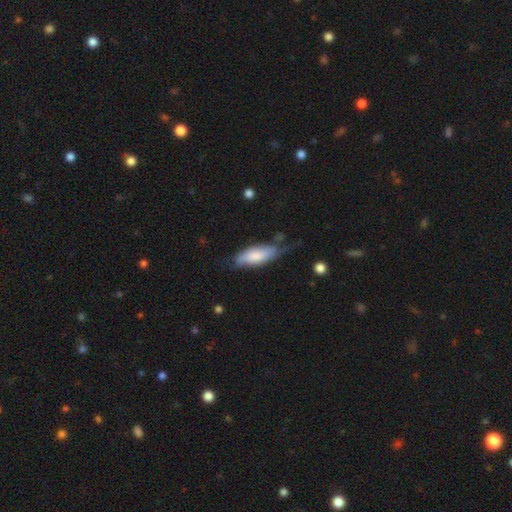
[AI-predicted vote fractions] This appears to be a smooth galaxy with no disk features (71%) that is in between round and cigar-shaped (73%). Merging: none (40%).